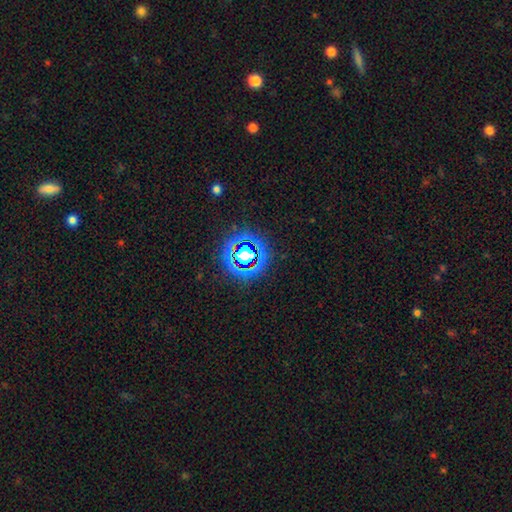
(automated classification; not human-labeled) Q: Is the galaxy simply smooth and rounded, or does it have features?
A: star or artifact — 78%.